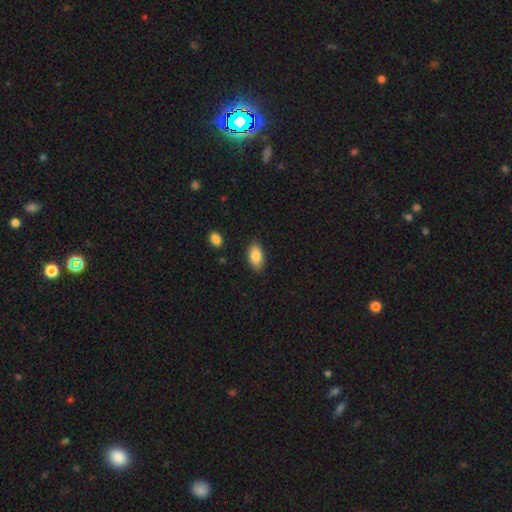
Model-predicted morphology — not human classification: Smooth or featured? Predicted: smooth (p=0.85). How rounded? Predicted: in between (p=0.92). Merging? Predicted: none (p=0.85).